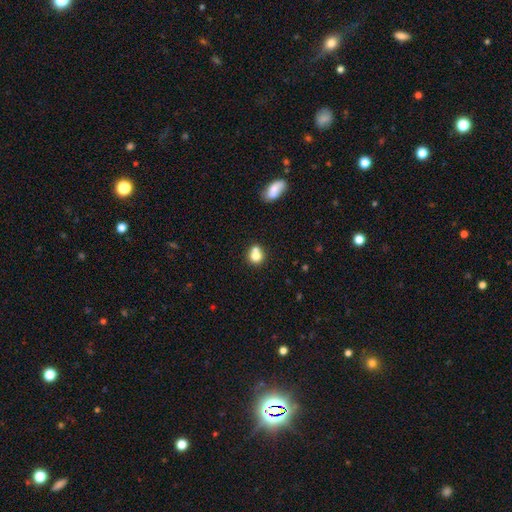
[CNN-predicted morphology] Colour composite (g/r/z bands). It shows a smooth galaxy with no disk features (75%) that is round (83%). Merging: none (45%).